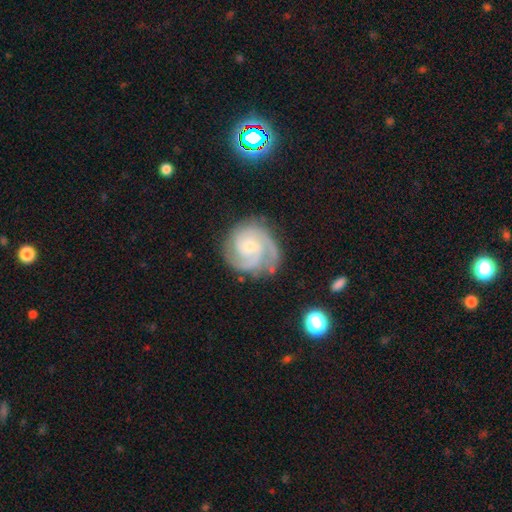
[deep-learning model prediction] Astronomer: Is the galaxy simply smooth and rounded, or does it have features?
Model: featured or disk — 88%.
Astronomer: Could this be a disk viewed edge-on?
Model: no — 98%.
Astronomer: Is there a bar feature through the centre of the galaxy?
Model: no — 69%.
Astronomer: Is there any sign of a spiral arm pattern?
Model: yes — 98%.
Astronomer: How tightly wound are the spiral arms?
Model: tight — 60%.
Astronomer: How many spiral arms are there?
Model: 3 — 42% (runner-up: 2, 36%).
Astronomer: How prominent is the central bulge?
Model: small — 74%.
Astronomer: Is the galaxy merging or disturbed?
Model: none — 74%.